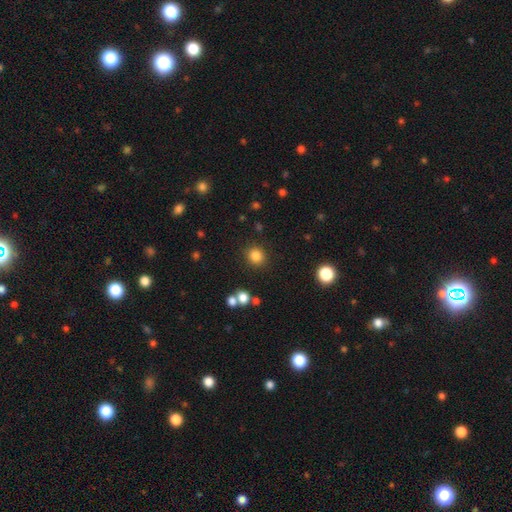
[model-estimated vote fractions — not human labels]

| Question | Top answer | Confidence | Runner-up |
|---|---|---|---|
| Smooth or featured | smooth | 84% | star or artifact (12%) |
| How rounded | round | 85% | in between (14%) |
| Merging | none | 87% | minor disturbance (7%) |